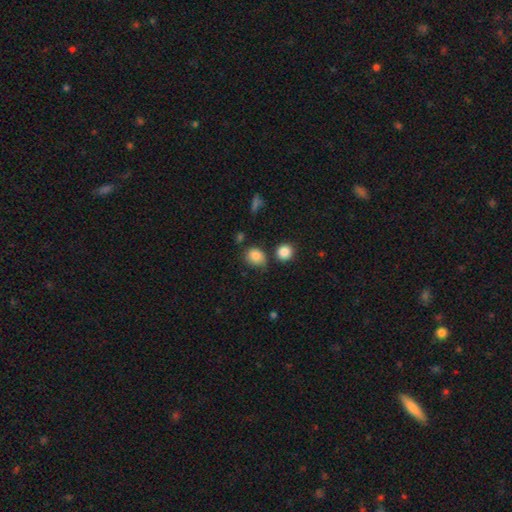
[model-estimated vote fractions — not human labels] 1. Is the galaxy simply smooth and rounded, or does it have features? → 84% smooth, 11% star or artifact, 5% featured or disk.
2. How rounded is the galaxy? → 61% round, 38% in between, 1% cigar-shaped.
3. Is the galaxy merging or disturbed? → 61% none, 23% minor disturbance, 9% merger, 6% major disturbance.